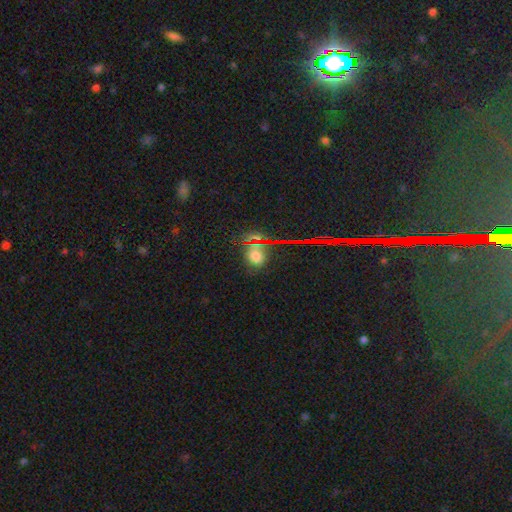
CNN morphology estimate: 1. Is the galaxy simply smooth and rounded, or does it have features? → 61% smooth, 31% star or artifact, 8% featured or disk.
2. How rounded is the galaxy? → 57% round, 40% in between, 3% cigar-shaped.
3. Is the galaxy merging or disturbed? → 77% none, 13% minor disturbance, 6% merger, 5% major disturbance.